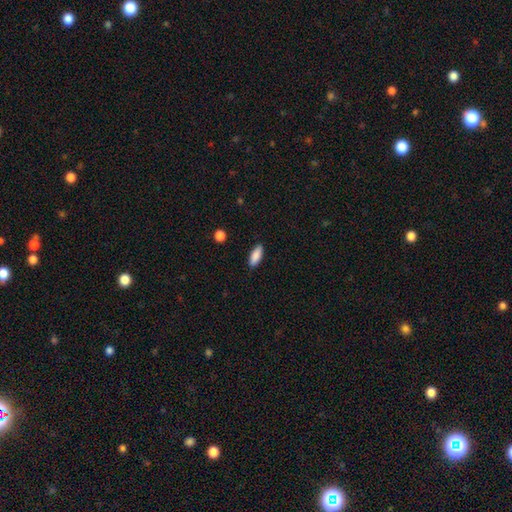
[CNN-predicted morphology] Smooth or featured?
  - smooth: 88% *
  - star or artifact: 6%
  - featured or disk: 6%
How rounded?
  - in between: 74% *
  - cigar-shaped: 24%
  - round: 2%
Merging?
  - none: 88% *
  - minor disturbance: 9%
  - major disturbance: 2%
  - merger: 1%